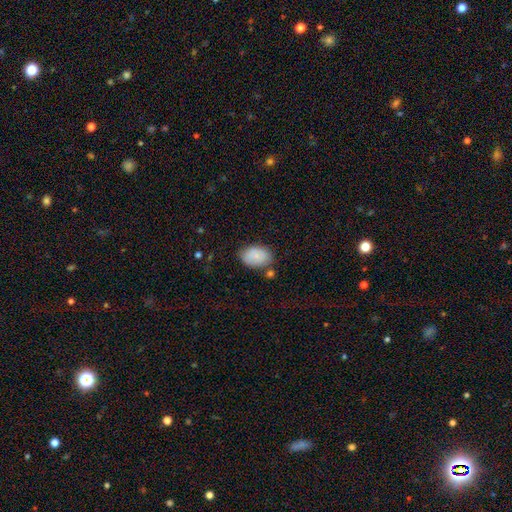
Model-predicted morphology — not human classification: Smooth or featured: smooth — 84% (featured or disk — 9%)
How rounded: in between — 89% (round — 10%)
Merging: none — 73% (minor disturbance — 17%)